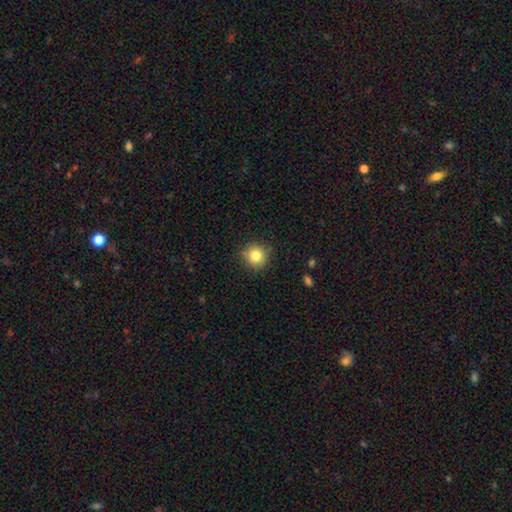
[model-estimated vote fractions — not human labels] smooth 82%, star or artifact 11%, featured or disk 7%. Down the decision tree: how rounded — round (93%); merging — none (84%).